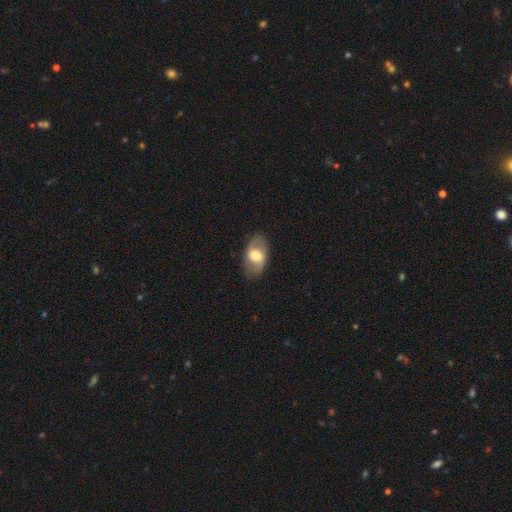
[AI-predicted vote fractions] Smooth or featured: smooth — 50% (featured or disk — 44%)
How rounded: in between — 89% (round — 9%)
Merging: none — 82% (minor disturbance — 13%)